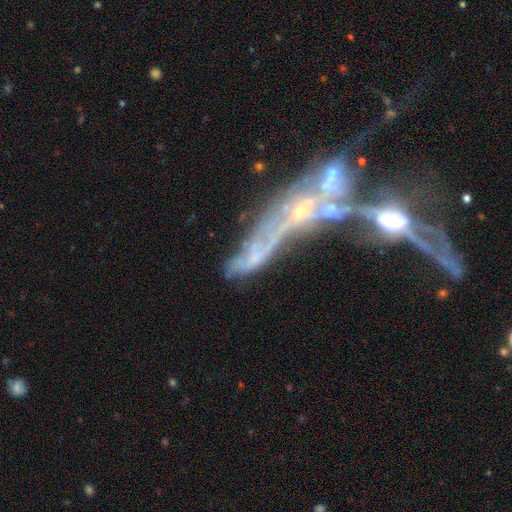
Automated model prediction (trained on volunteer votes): Smooth or featured: featured or disk — 58% (smooth — 27%)
Edge-on disk: no — 69% (yes — 31%)
Merging: merger — 30% (none — 29%)